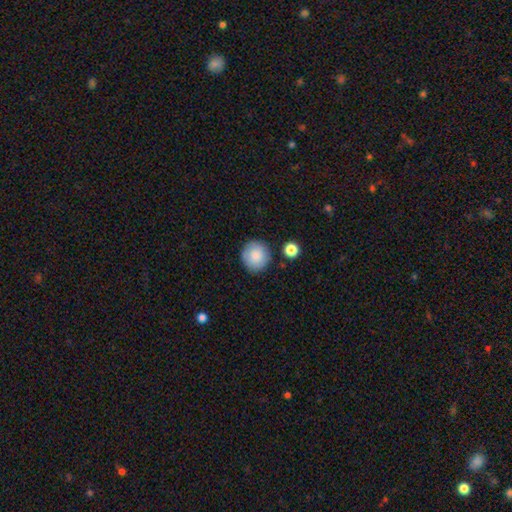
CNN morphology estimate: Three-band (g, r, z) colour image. It shows a smooth galaxy with no disk features (86%) that is round (90%). Merging: none (85%).